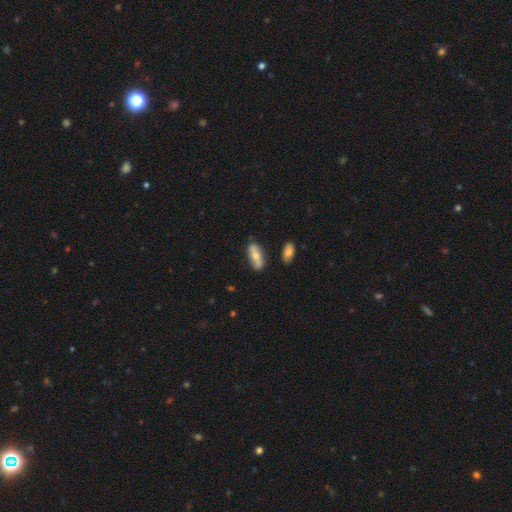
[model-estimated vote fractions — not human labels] Q: Smooth or featured?
A: smooth (59%); runner-up: featured or disk (35%)
Q: How rounded?
A: in between (67%); runner-up: cigar-shaped (30%)
Q: Merging?
A: none (82%); runner-up: minor disturbance (12%)